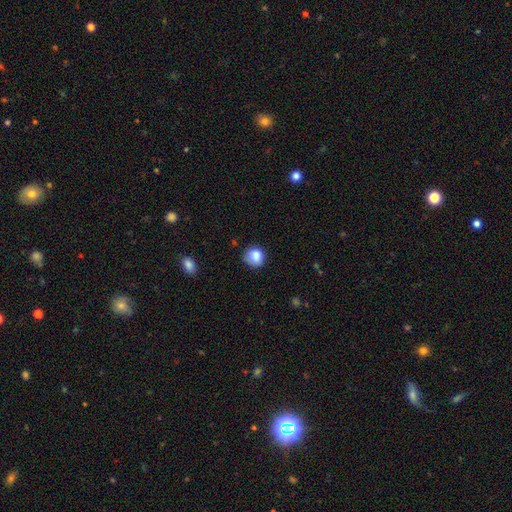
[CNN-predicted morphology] Overall: smooth (83%). How rounded: round (74%). Merging: none (60%; minor disturbance 28%).